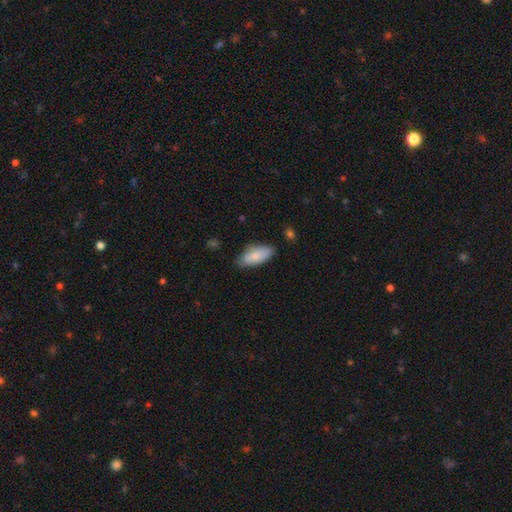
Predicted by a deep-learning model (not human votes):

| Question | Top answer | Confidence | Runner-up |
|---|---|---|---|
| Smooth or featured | smooth | 80% | featured or disk (14%) |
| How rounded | in between | 88% | cigar-shaped (10%) |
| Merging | none | 65% | minor disturbance (28%) |